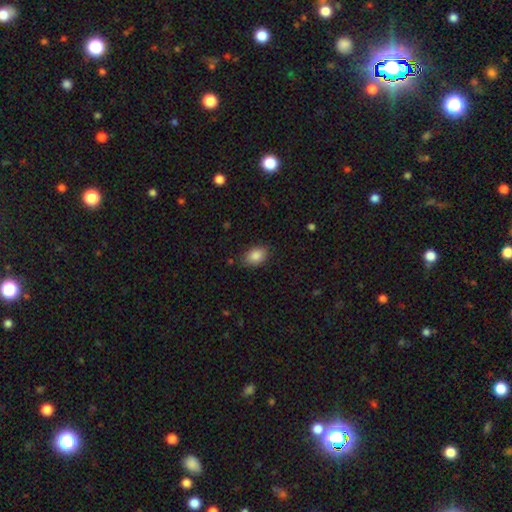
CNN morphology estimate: A smooth galaxy with no disk features (87%) that is in between round and cigar-shaped (84%).

Vote fractions:
- Smooth or featured? smooth: 87% / star or artifact: 8% / featured or disk: 5%
- How rounded? in between: 84% / round: 15% / cigar-shaped: 1%
- Merging? none: 82% / minor disturbance: 14% / major disturbance: 3% / merger: 1%